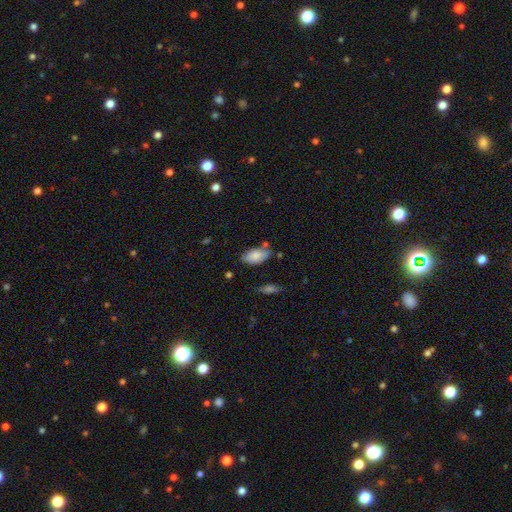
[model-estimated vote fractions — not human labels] A smooth galaxy with no disk features (83%) that is in between round and cigar-shaped (93%).

Vote fractions:
- Smooth or featured? smooth: 83% / featured or disk: 10% / star or artifact: 7%
- How rounded? in between: 93% / cigar-shaped: 4% / round: 3%
- Merging? none: 72% / minor disturbance: 17% / merger: 7% / major disturbance: 4%